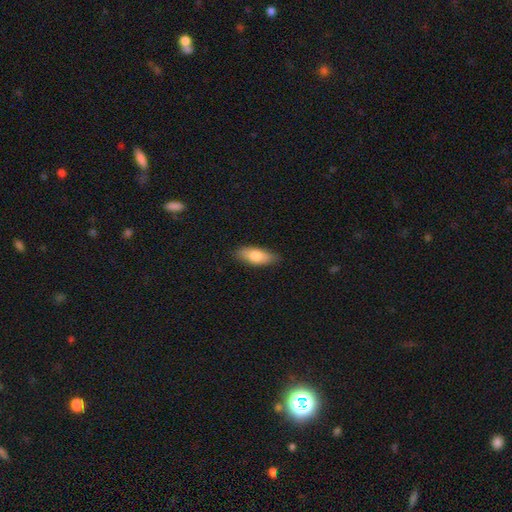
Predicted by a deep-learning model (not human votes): A smooth galaxy with no disk features (78%) that is in between round and cigar-shaped (77%).

Vote fractions:
- Smooth or featured? smooth: 78% / featured or disk: 16% / star or artifact: 6%
- How rounded? in between: 77% / cigar-shaped: 21% / round: 3%
- Merging? none: 84% / minor disturbance: 13% / major disturbance: 2% / merger: 1%